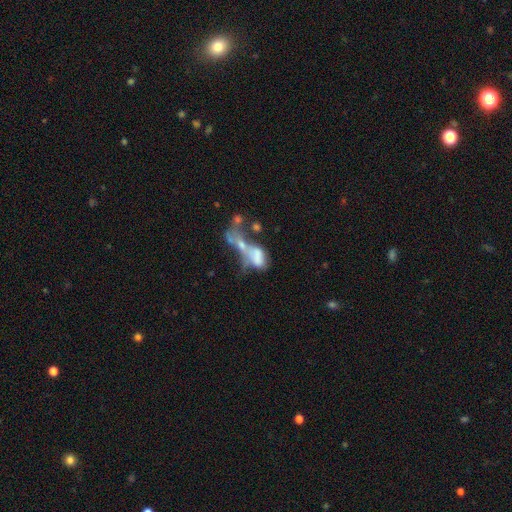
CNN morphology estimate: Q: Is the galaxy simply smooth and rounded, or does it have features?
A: smooth — 45%.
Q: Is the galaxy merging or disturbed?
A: merger — 57%.